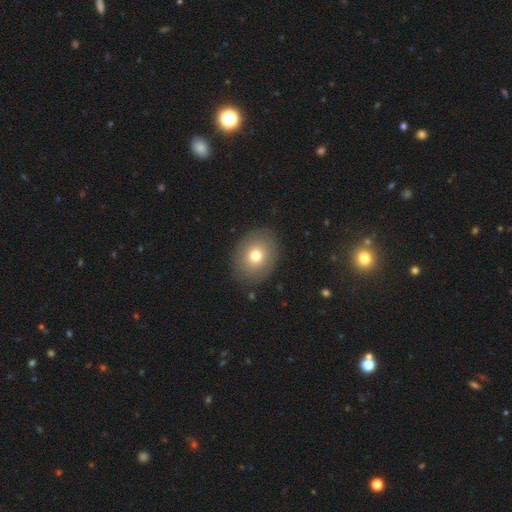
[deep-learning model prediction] Q: Smooth or featured?
A: smooth (72%); runner-up: featured or disk (18%)
Q: How rounded?
A: in between (52%); runner-up: round (47%)
Q: Merging?
A: none (86%); runner-up: minor disturbance (9%)